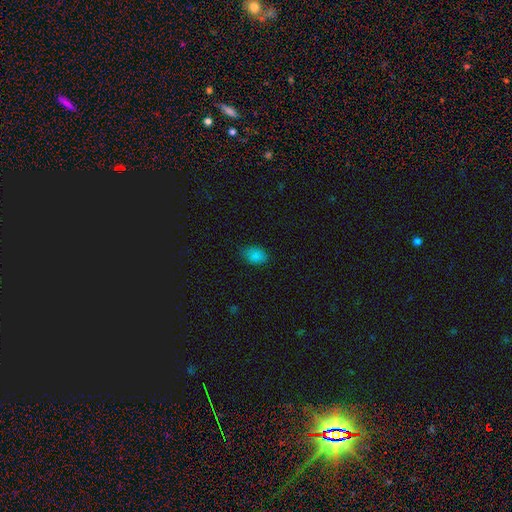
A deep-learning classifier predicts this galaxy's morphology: smooth 84%, star or artifact 11%, featured or disk 5%. Down the decision tree: how rounded — in between (82%); merging — none (77%).